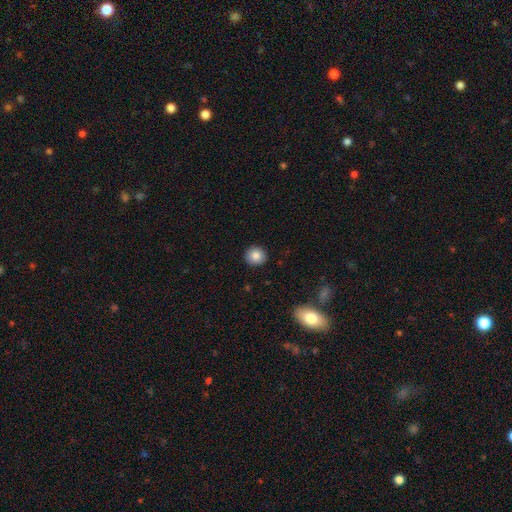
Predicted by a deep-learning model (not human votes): Morphology: type=smooth (85%); roundness=round (87%); merging=none (91%).